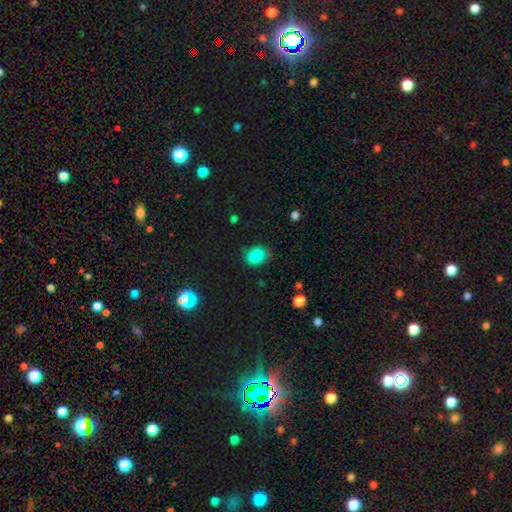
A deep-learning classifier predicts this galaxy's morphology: Q: Smooth or featured?
A: smooth (82%); runner-up: star or artifact (12%)
Q: How rounded?
A: in between (55%); runner-up: round (44%)
Q: Merging?
A: none (71%); runner-up: minor disturbance (22%)